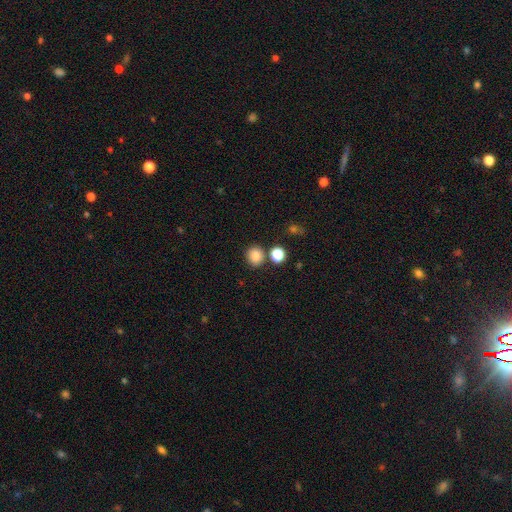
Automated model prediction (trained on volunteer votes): Smooth or featured? smooth (84%)
How rounded? round (79%)
Merging? none (78%)